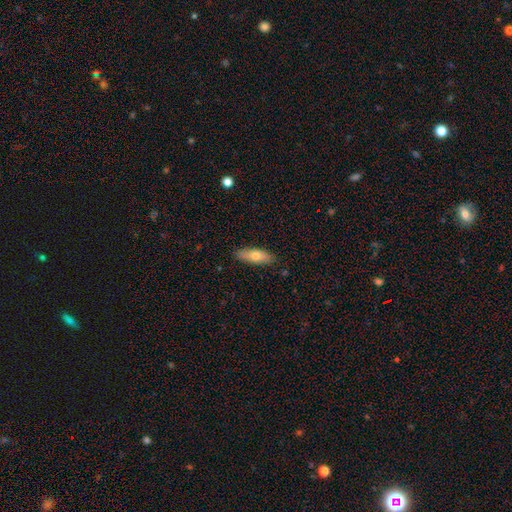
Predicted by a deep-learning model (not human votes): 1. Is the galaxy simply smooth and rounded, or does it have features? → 70% smooth, 24% featured or disk, 6% star or artifact.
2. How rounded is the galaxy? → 62% in between, 36% cigar-shaped, 2% round.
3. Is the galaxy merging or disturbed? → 87% none, 10% minor disturbance, 2% major disturbance, 1% merger.